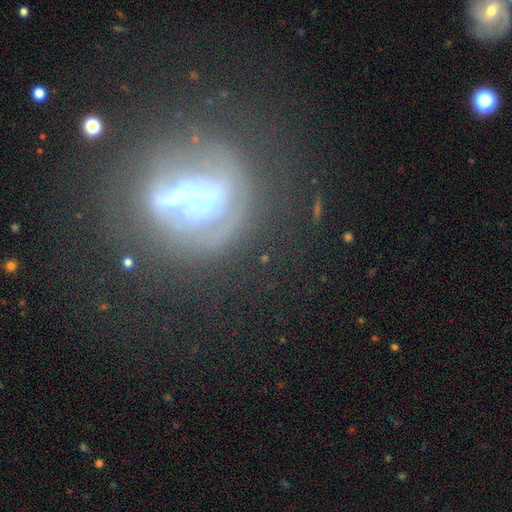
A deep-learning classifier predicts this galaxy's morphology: featured or disk 64%, star or artifact 19%, smooth 16%. Down the decision tree: edge-on disk — no (78%); bar — strong (47%); spiral arms — no (63%); bulge size — moderate (26%); merging — none (54%).